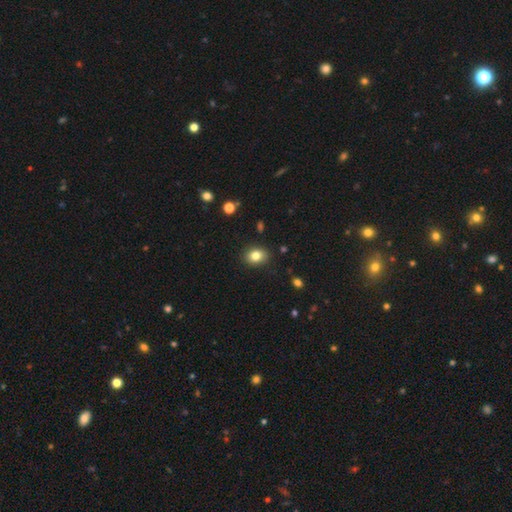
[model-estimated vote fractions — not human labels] The model was most divided on "how rounded": in between: 56%, round: 43%, cigar-shaped: 1%. More confident: merging — none (87%); smooth or featured — smooth (81%).